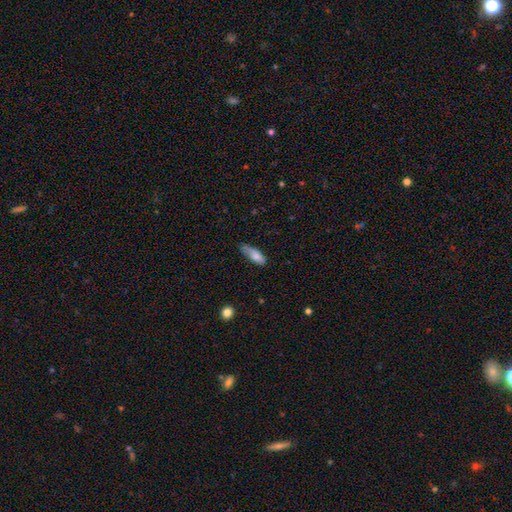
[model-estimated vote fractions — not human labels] This appears to be a smooth galaxy with no disk features (78%) that is in between round and cigar-shaped (64%). Merging: none (45%).